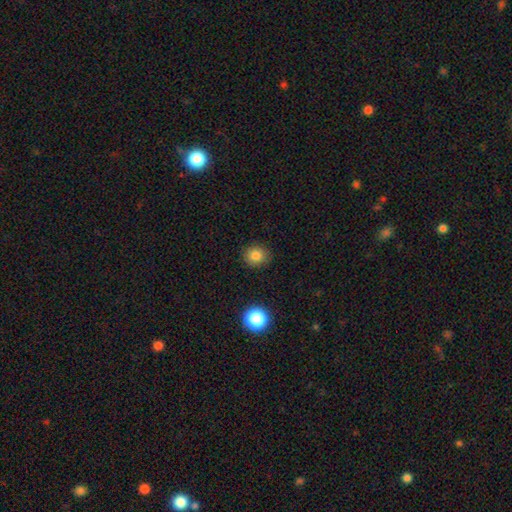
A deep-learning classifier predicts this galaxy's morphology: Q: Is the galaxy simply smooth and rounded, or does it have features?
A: smooth — 81%.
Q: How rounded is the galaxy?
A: round — 85%.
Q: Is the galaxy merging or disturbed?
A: none — 89%.